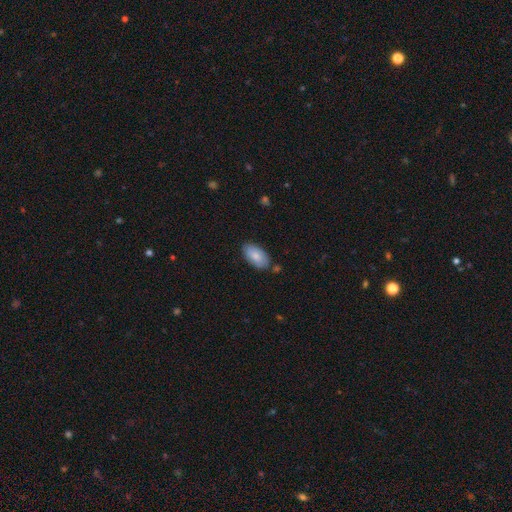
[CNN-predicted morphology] Q: Smooth or featured?
A: smooth (82%); runner-up: featured or disk (12%)
Q: How rounded?
A: in between (95%); runner-up: round (3%)
Q: Merging?
A: none (79%); runner-up: minor disturbance (15%)